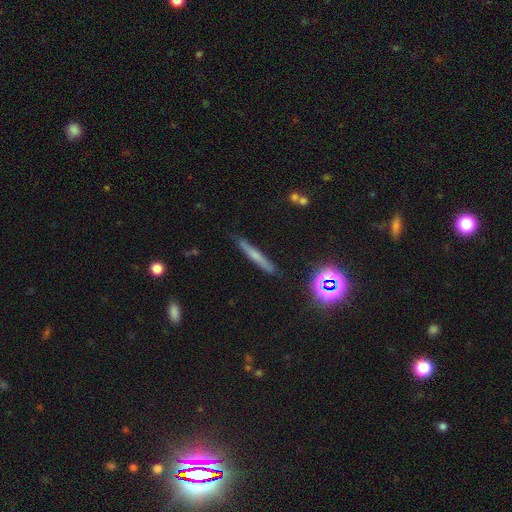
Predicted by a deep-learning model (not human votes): This appears to be a smooth galaxy with no disk features (48%). Merging: none (85%).